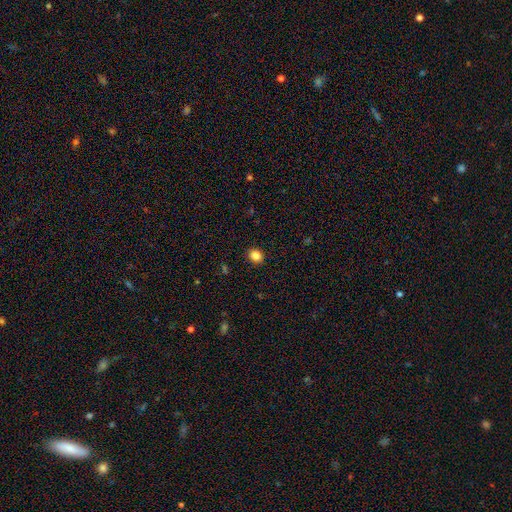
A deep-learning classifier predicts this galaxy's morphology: Smooth or featured: smooth — 85% (star or artifact — 11%)
How rounded: round — 67% (in between — 32%)
Merging: none — 91% (minor disturbance — 6%)